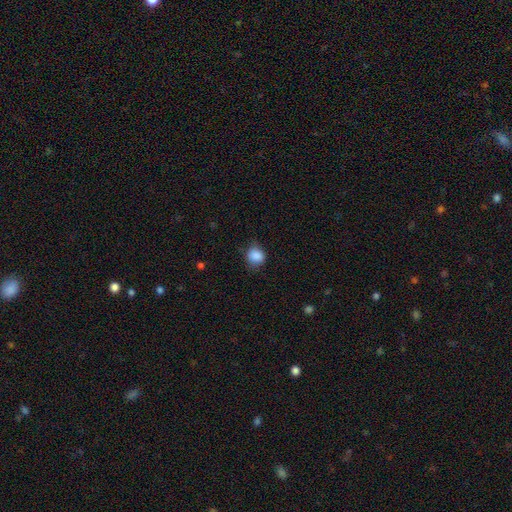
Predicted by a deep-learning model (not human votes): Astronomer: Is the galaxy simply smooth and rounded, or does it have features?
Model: smooth — 87%.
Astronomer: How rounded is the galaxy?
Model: round — 72%.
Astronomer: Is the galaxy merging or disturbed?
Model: none — 70%.